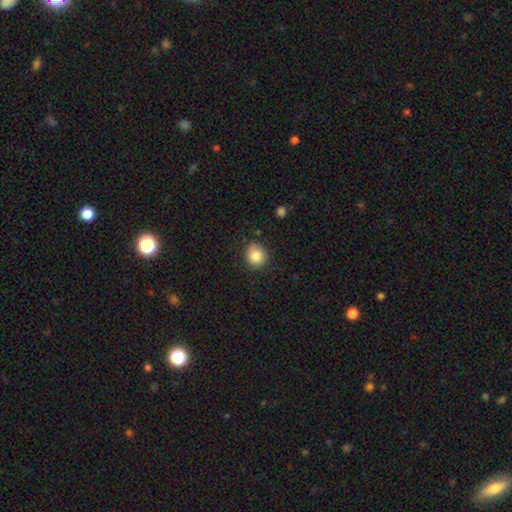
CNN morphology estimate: smooth_or_featured: smooth (p=0.84) [alt: star or artifact p=0.10]
how_rounded: round (p=0.77) [alt: in between p=0.23]
merging: none (p=0.77) [alt: minor disturbance p=0.18]